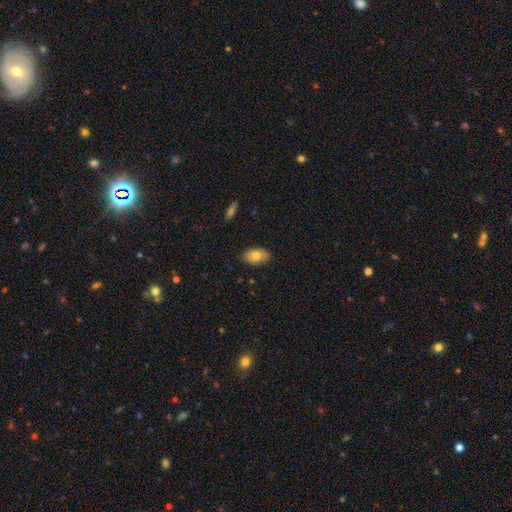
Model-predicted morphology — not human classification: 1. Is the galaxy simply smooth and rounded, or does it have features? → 76% smooth, 17% featured or disk, 7% star or artifact.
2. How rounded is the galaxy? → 90% in between, 9% round, 1% cigar-shaped.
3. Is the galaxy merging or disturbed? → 85% none, 12% minor disturbance, 2% major disturbance, 1% merger.